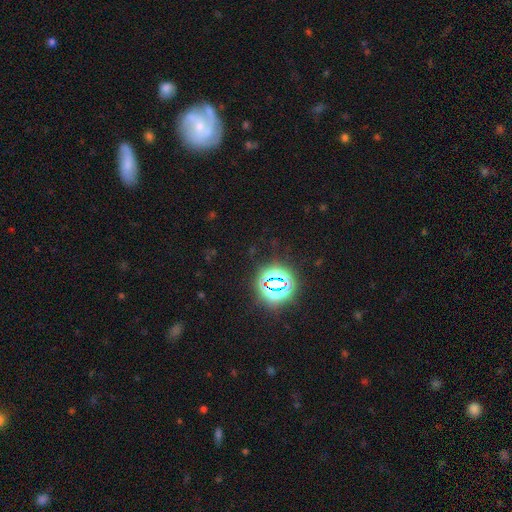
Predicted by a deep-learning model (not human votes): Smooth or featured: star or artifact — 69% (smooth — 17%)